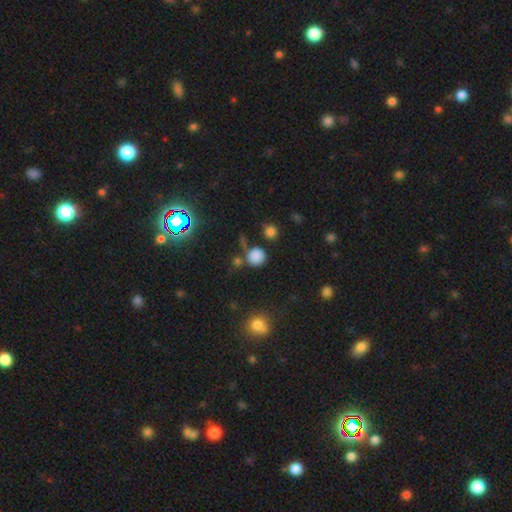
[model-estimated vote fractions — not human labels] smooth_or_featured: smooth (p=0.76) [alt: star or artifact p=0.19]
how_rounded: round (p=0.90) [alt: in between p=0.09]
merging: none (p=0.71) [alt: minor disturbance p=0.12]